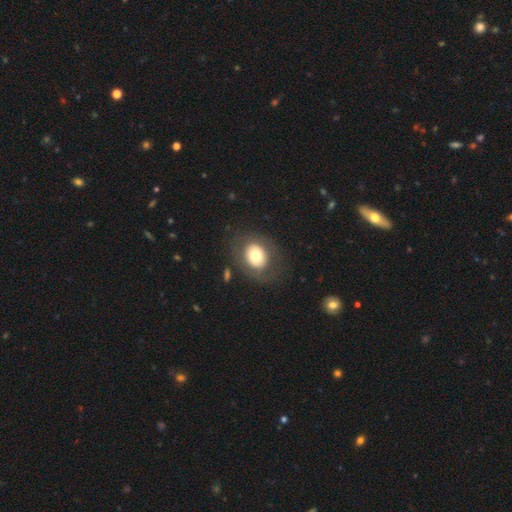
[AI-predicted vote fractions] This is likely a smooth galaxy (63%). How rounded: possibly round (51%). Merging: likely none (78%).